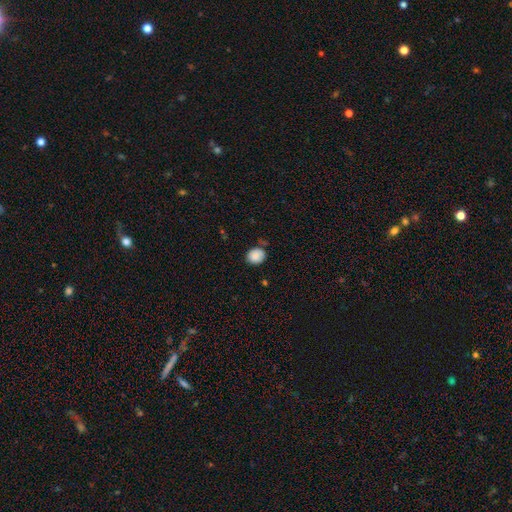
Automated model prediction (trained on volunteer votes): smooth-or-featured: smooth: 86% | star or artifact: 8% | featured or disk: 6%
  how-rounded: round: 73% | in between: 26% | cigar-shaped: 1%
  merging: none: 76% | minor disturbance: 17% | merger: 4% | major disturbance: 3%